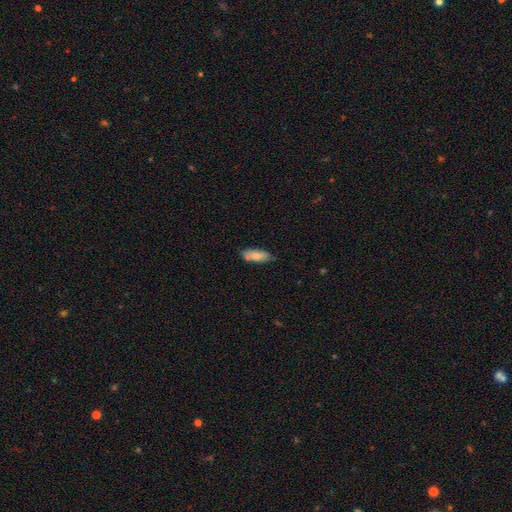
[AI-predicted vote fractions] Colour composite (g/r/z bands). It shows a smooth galaxy with no disk features (77%) that is in between round and cigar-shaped (74%). Merging: none (67%).